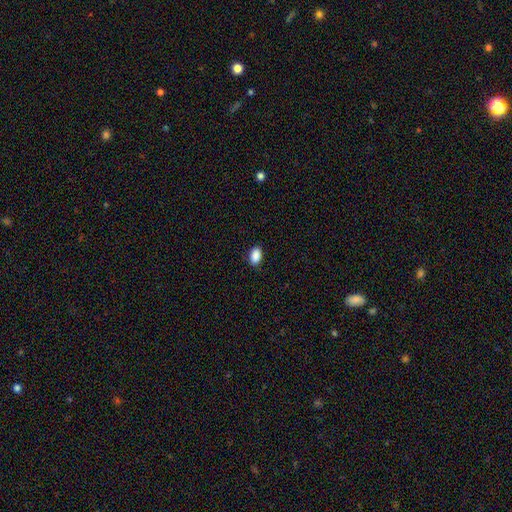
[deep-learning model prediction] Q: Smooth or featured?
A: smooth (90%); runner-up: star or artifact (7%)
Q: How rounded?
A: in between (91%); runner-up: round (8%)
Q: Merging?
A: none (87%); runner-up: minor disturbance (10%)